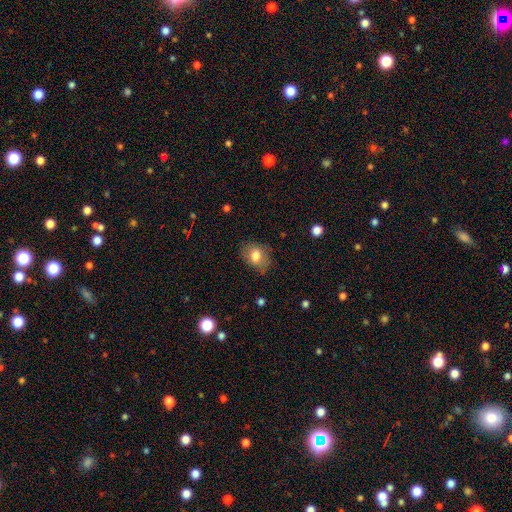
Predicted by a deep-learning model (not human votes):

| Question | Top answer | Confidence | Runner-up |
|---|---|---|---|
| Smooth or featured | smooth | 78% | featured or disk (14%) |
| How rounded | in between | 63% | round (36%) |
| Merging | none | 74% | minor disturbance (19%) |